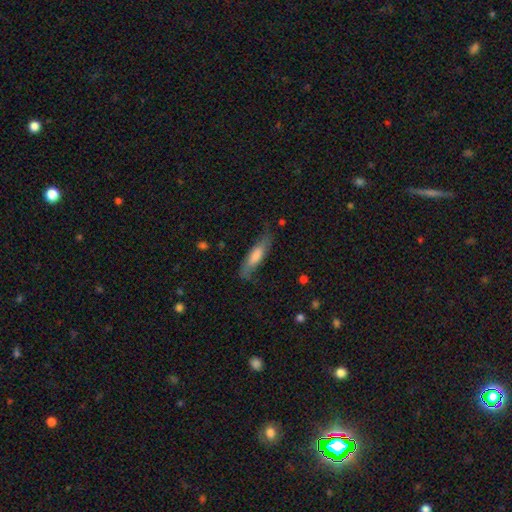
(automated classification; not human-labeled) smooth-or-featured: smooth: 58% | featured or disk: 36% | star or artifact: 6%
  how-rounded: cigar-shaped: 68% | in between: 30% | round: 2%
  merging: none: 68% | minor disturbance: 23% | major disturbance: 7% | merger: 2%